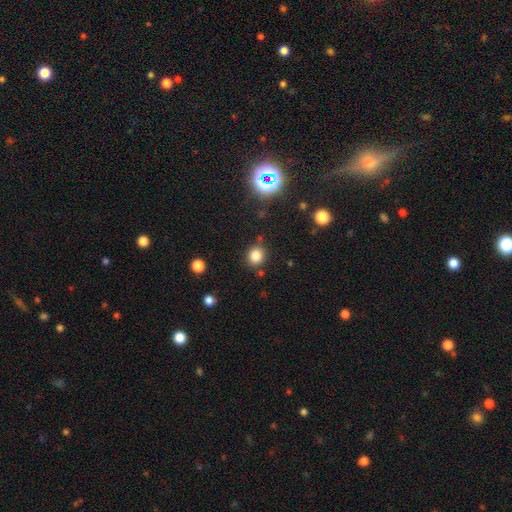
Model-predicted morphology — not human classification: Overall: smooth (80%). How rounded: round (75%). Merging: none (83%).